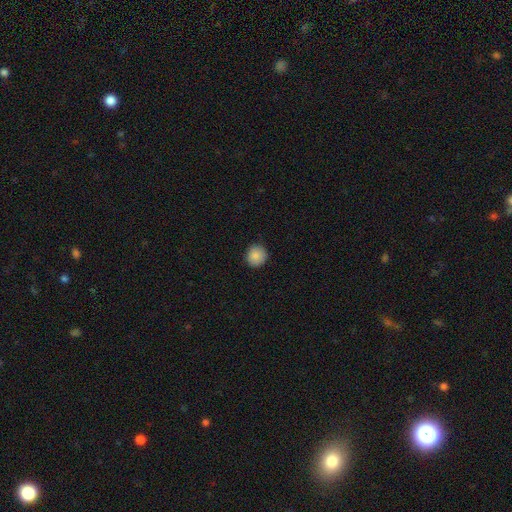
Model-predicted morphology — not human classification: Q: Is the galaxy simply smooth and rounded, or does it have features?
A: smooth — 86%.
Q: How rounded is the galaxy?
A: round — 91%.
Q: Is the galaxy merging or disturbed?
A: none — 89%.